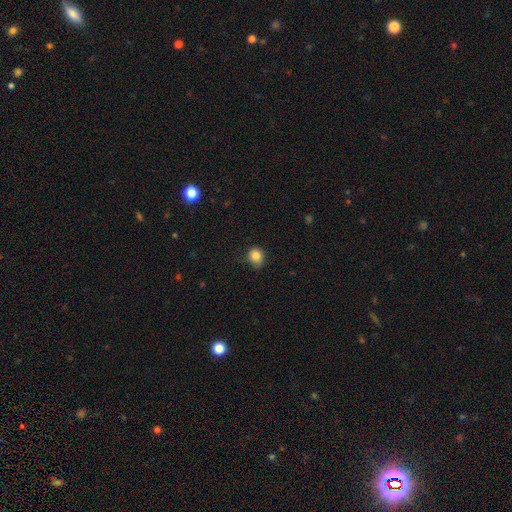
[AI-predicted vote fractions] Overall: smooth (84%). How rounded: round (68%; in between 31%). Merging: none (65%; minor disturbance 27%).